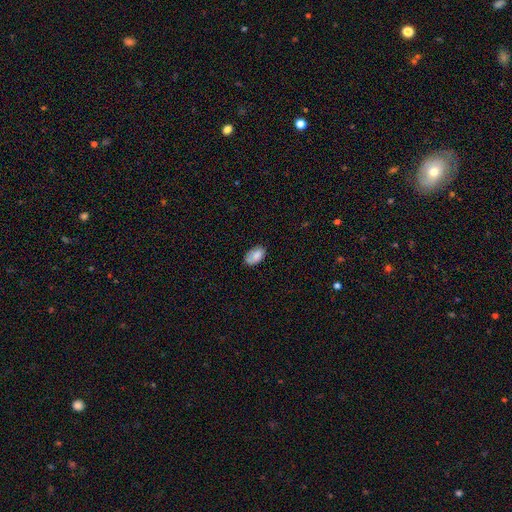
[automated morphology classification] Smooth or featured?
  - smooth: 82% *
  - featured or disk: 11%
  - star or artifact: 7%
How rounded?
  - in between: 94% *
  - round: 5%
  - cigar-shaped: 1%
Merging?
  - none: 75% *
  - minor disturbance: 20%
  - major disturbance: 4%
  - merger: 1%